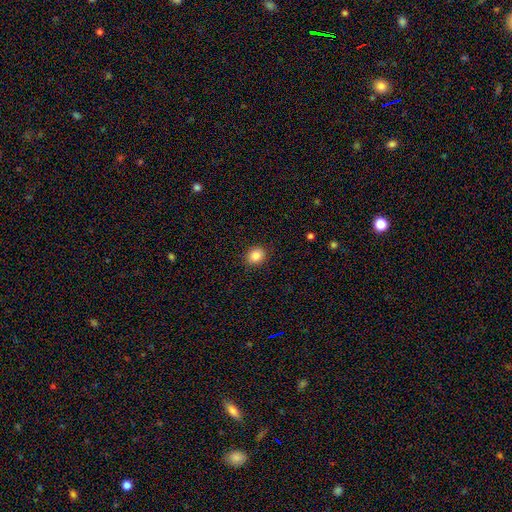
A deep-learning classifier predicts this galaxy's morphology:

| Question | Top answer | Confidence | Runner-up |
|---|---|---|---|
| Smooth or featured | smooth | 86% | star or artifact (10%) |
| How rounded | round | 64% | in between (35%) |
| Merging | none | 90% | minor disturbance (7%) |